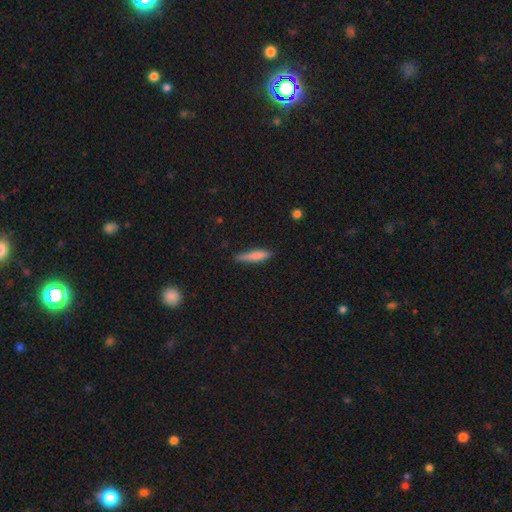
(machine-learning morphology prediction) Smooth or featured? Predicted: smooth (p=0.77). How rounded? Predicted: cigar-shaped (p=0.83). Merging? Predicted: none (p=0.72).